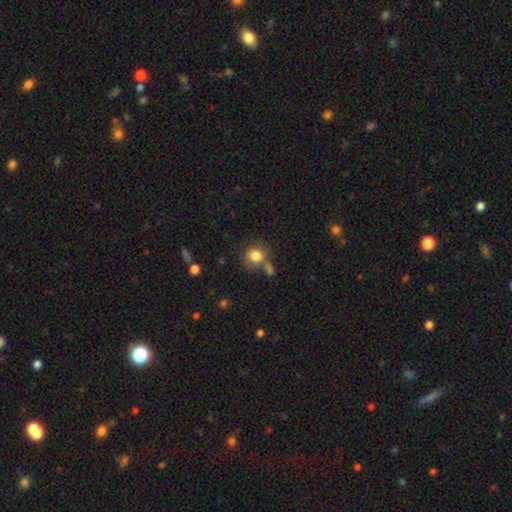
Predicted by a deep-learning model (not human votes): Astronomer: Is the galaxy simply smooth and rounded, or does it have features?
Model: smooth — 82%.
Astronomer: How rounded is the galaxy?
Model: round — 82%.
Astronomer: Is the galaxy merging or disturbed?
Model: none — 58%.